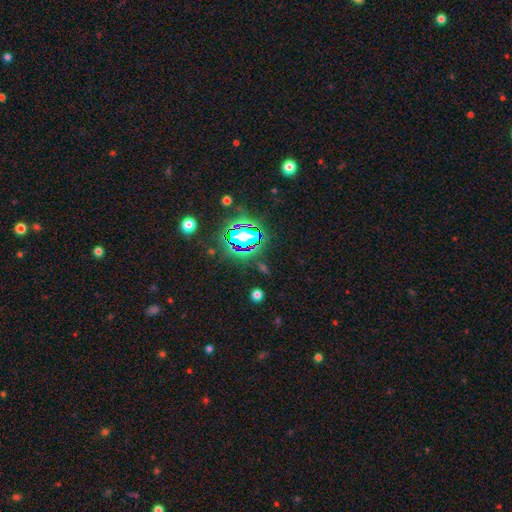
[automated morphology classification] The model was most divided on "smooth or featured": star or artifact: 80%, smooth: 12%, featured or disk: 8%.